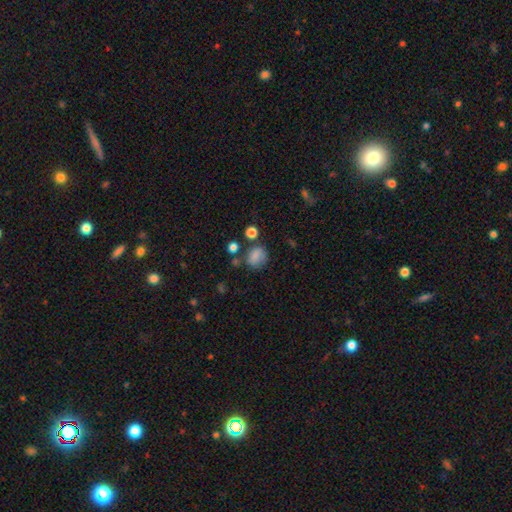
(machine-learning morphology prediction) This appears to be a smooth galaxy with no disk features (77%) that is round (61%). Merging: none (58%).